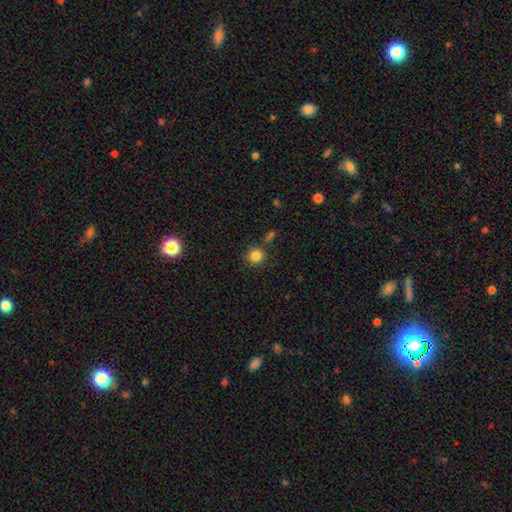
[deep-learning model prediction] Smooth or featured? smooth (83%)
How rounded? round (89%)
Merging? none (81%)